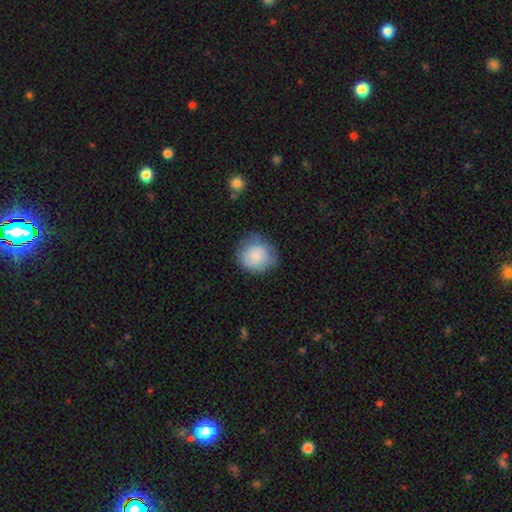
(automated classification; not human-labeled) Smooth or featured? Predicted: smooth (p=0.81). How rounded? Predicted: round (p=0.84). Merging? Predicted: none (p=0.65).